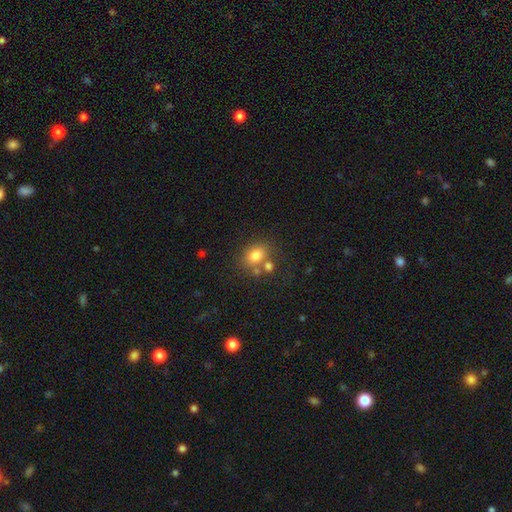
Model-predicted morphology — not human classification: Overall: smooth (78%). How rounded: in between (50%; round 49%). Merging: none (57%; merger 24%).